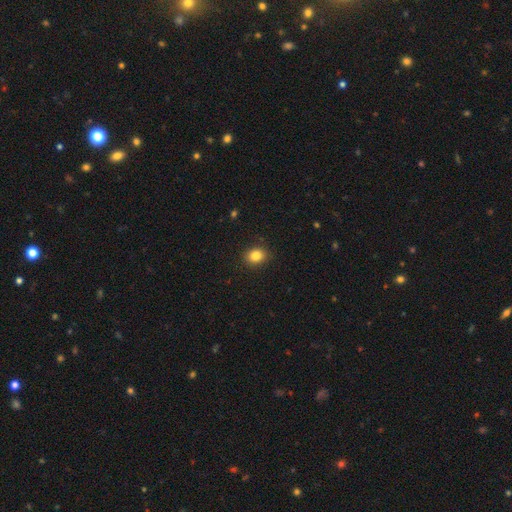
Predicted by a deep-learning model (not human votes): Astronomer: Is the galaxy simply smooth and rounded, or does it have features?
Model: smooth — 84%.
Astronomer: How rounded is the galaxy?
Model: round — 54% (runner-up: in between, 45%).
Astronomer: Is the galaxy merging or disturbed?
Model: none — 89%.